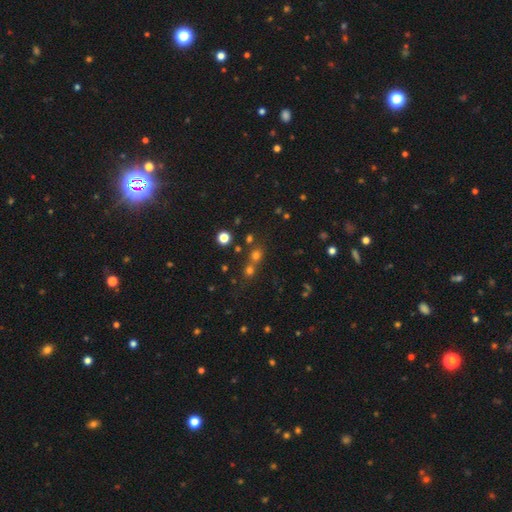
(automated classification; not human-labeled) smooth-or-featured: smooth: 55% | star or artifact: 35% | featured or disk: 10%
  how-rounded: round: 85% | in between: 13% | cigar-shaped: 2%
  merging: none: 54% | merger: 36% | minor disturbance: 6% | major disturbance: 3%